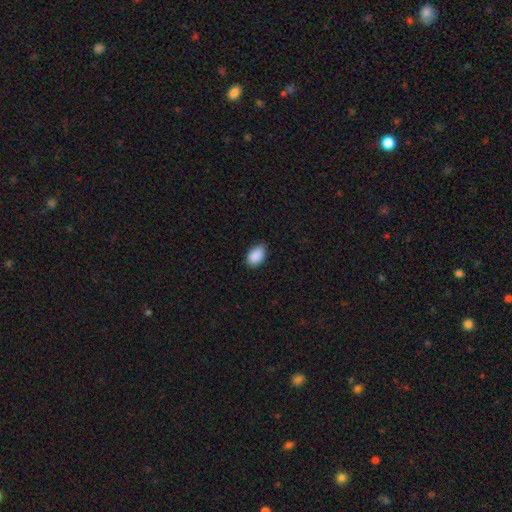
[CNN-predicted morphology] This appears to be a smooth galaxy with no disk features (90%) that is in between round and cigar-shaped (90%). Merging: none (82%).